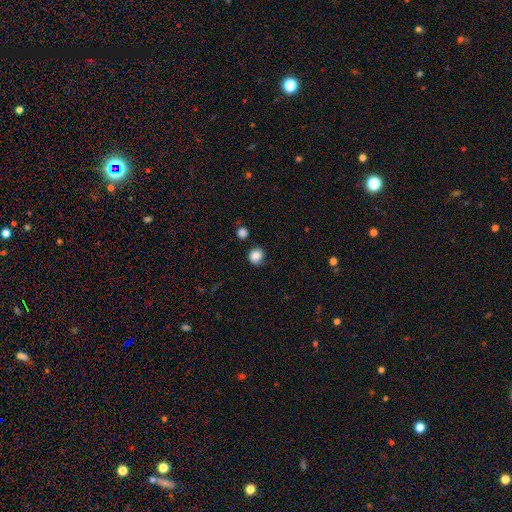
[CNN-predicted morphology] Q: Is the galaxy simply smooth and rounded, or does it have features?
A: smooth — 84%.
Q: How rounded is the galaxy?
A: round — 81%.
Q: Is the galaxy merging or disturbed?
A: none — 78%.